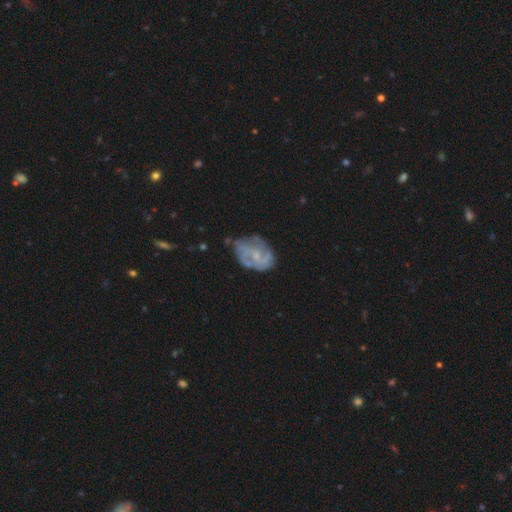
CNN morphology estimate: Smooth or featured?
  - featured or disk: 69% *
  - smooth: 22%
  - star or artifact: 8%
Edge-on disk?
  - no: 98% *
  - yes: 2%
Bar?
  - no: 67% *
  - weak: 29%
  - strong: 5%
Spiral arms?
  - yes: 70% *
  - no: 30%
Bulge size?
  - small: 59% *
  - moderate: 25%
  - none: 14%
  - large: 1%
  - dominant: 1%
Merging?
  - none: 53% *
  - minor disturbance: 28%
  - major disturbance: 15%
  - merger: 4%